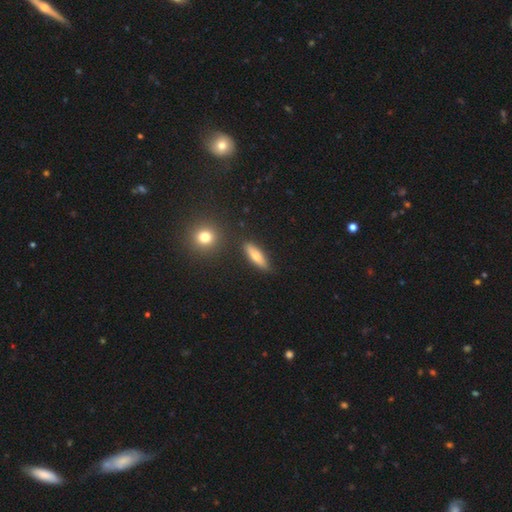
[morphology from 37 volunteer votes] smooth 76%, featured or disk 22%, star or artifact 3%. Down the decision tree: how rounded — in between (57%); merging — none (97%).